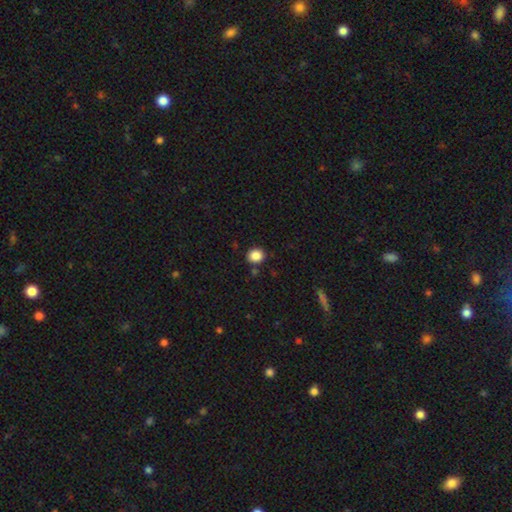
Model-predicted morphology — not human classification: Smooth or featured? Predicted: smooth (p=0.87). How rounded? Predicted: round (p=0.73). Merging? Predicted: none (p=0.87).